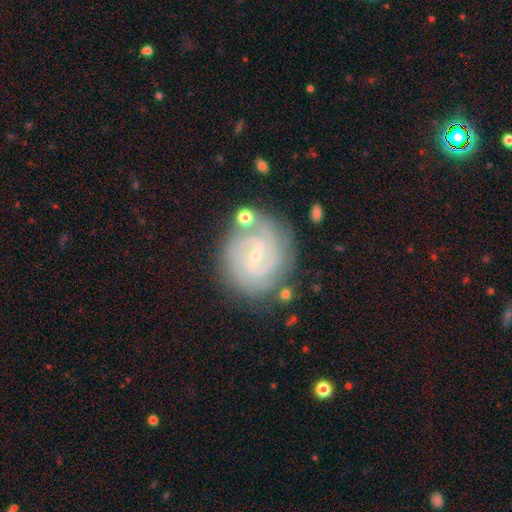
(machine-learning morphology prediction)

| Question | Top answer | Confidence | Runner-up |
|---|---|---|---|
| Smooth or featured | featured or disk | 87% | smooth (8%) |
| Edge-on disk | no | 98% | yes (2%) |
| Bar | no | 55% | weak (36%) |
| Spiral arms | yes | 97% | no (3%) |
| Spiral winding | tight | 74% | medium (23%) |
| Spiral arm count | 2 | 38% | 3 (22%) |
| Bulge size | small | 84% | moderate (12%) |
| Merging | none | 78% | minor disturbance (14%) |